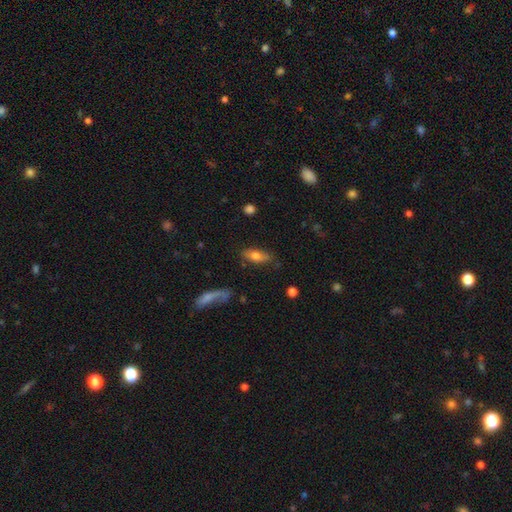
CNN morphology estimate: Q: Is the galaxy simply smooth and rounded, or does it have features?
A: smooth — 72%.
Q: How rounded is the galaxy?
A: in between — 77%.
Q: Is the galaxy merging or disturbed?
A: none — 73%.